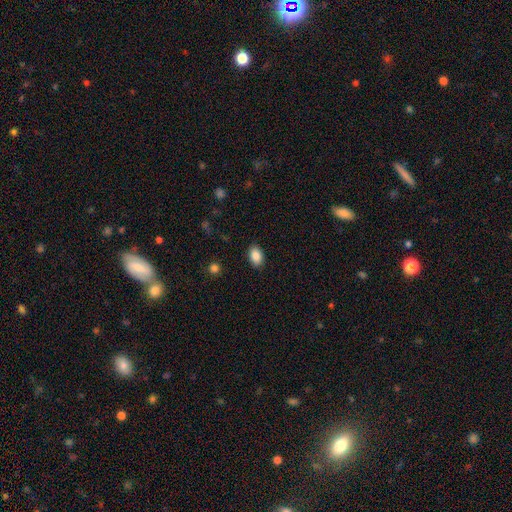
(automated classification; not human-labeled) A smooth galaxy with no disk features (88%) that is in between round and cigar-shaped (88%). Merging: none (88%).